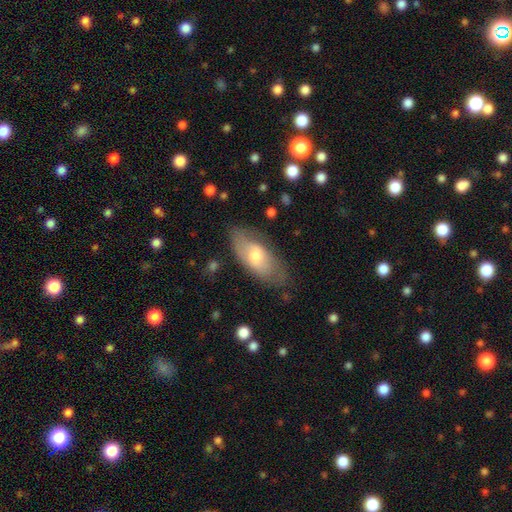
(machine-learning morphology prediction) smooth 59%, featured or disk 34%, star or artifact 6%. Down the decision tree: how rounded — in between (86%); merging — none (71%).